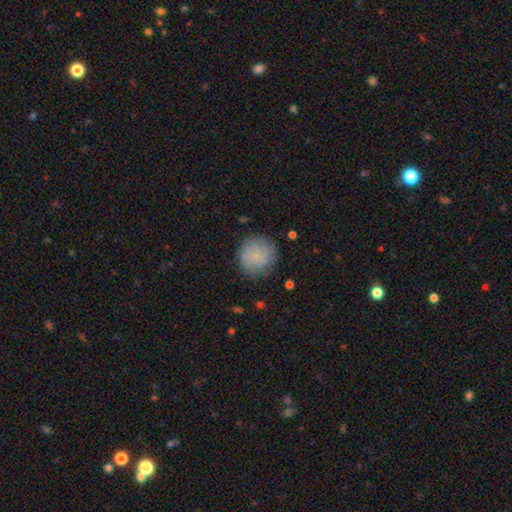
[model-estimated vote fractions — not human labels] A smooth galaxy with no disk features (80%) that is round (93%). Merging: none (81%).